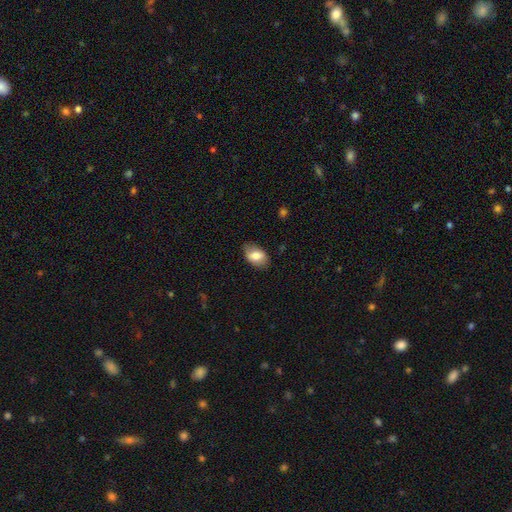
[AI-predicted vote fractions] Smooth or featured? Predicted: smooth (p=0.76). How rounded? Predicted: in between (p=0.86). Merging? Predicted: none (p=0.73).